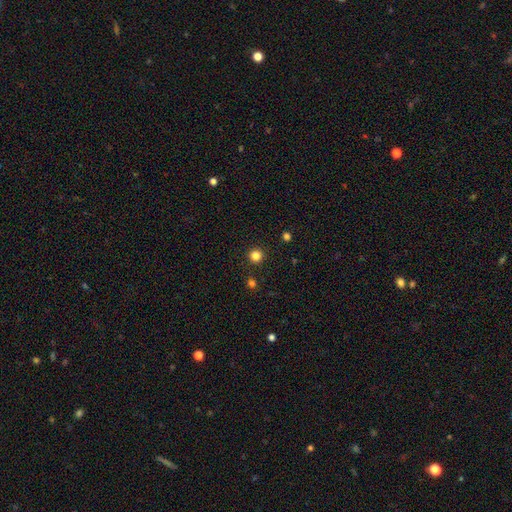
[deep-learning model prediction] Smooth or featured: smooth — 82% (star or artifact — 14%)
How rounded: round — 95% (in between — 4%)
Merging: none — 92% (minor disturbance — 4%)